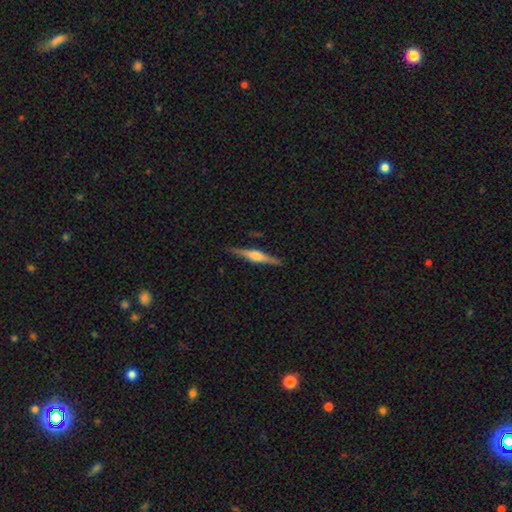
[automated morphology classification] Smooth or featured? Predicted: featured or disk (p=0.70). Edge-on disk? Predicted: yes (p=0.98). Edge-on bulge? Predicted: rounded (p=0.73). Merging? Predicted: none (p=0.90).